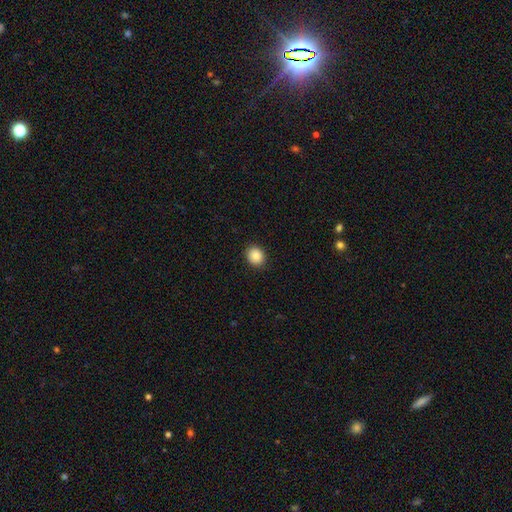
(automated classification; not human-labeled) Overall: smooth (87%). How rounded: round (69%; in between 31%). Merging: none (91%).